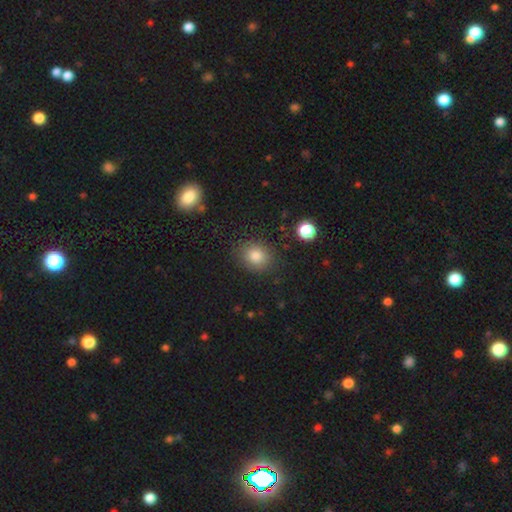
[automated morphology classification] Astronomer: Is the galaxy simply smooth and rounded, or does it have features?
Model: smooth — 83%.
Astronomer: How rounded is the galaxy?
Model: round — 65%.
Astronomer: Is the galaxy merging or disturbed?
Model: none — 86%.